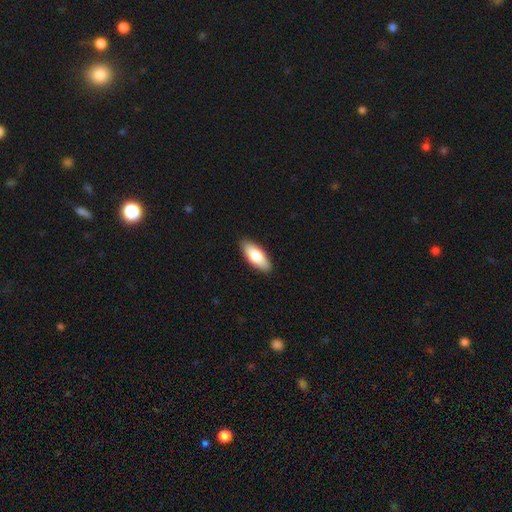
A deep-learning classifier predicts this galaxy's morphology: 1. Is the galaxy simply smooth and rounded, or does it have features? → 80% smooth, 15% featured or disk, 5% star or artifact.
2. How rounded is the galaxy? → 80% in between, 18% cigar-shaped, 2% round.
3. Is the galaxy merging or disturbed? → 90% none, 8% minor disturbance, 2% major disturbance, 1% merger.